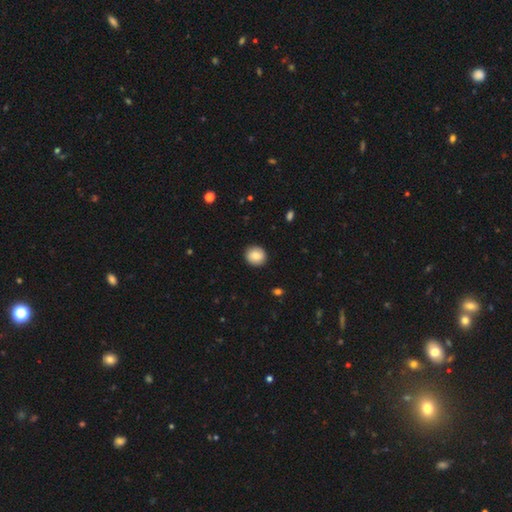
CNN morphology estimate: type=smooth (84%); roundness=round (87%); merging=none (91%).